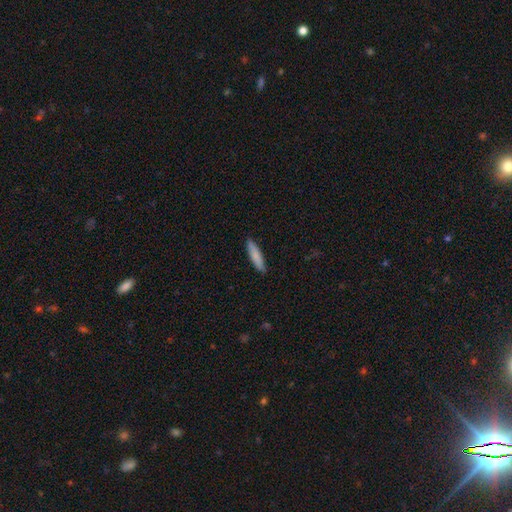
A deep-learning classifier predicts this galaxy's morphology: A smooth galaxy with no disk features (81%) that is cigar-shaped (79%).

Vote fractions:
- Smooth or featured? smooth: 81% / featured or disk: 13% / star or artifact: 6%
- How rounded? cigar-shaped: 79% / in between: 20% / round: 1%
- Merging? none: 88% / minor disturbance: 9% / major disturbance: 2% / merger: 1%